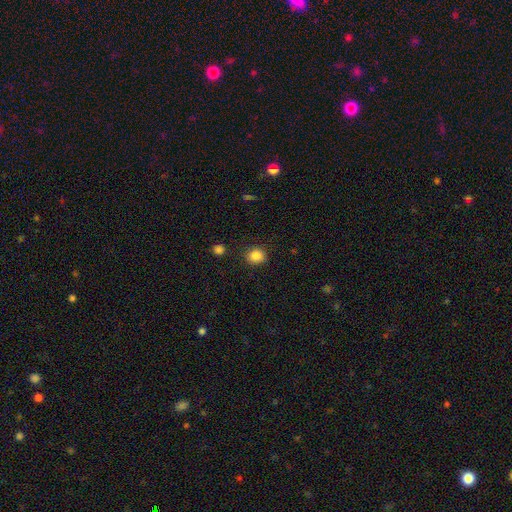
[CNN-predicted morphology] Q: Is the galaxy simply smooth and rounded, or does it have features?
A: smooth — 85%.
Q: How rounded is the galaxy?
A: round — 81%.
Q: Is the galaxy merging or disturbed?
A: none — 87%.